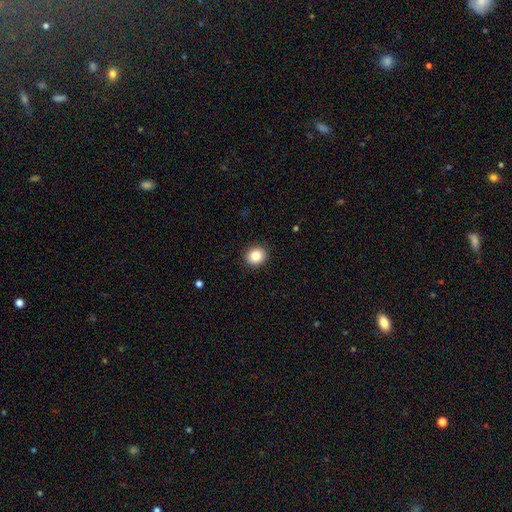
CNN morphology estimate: The model was most divided on "how rounded": round: 76%, in between: 23%, cigar-shaped: 1%. More confident: merging — none (91%); smooth or featured — smooth (85%).